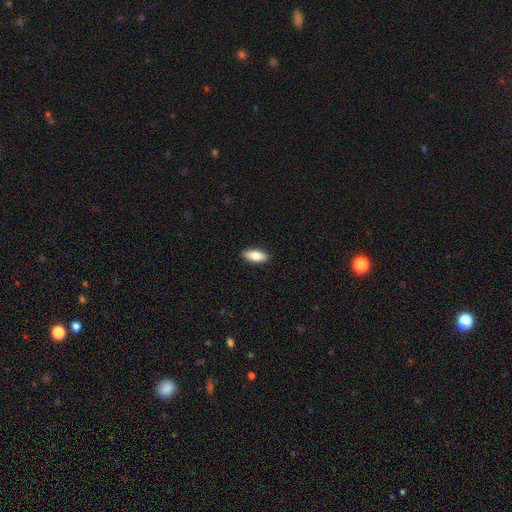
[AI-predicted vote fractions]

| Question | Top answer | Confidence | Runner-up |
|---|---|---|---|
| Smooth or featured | smooth | 80% | featured or disk (14%) |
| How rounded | in between | 82% | cigar-shaped (16%) |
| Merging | none | 89% | minor disturbance (8%) |